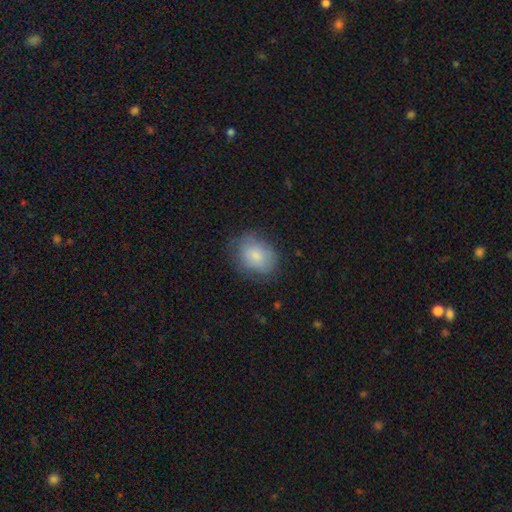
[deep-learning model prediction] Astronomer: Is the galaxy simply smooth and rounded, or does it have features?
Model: smooth — 79%.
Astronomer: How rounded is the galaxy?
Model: in between — 57% (runner-up: round, 42%).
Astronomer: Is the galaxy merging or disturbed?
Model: none — 69%.